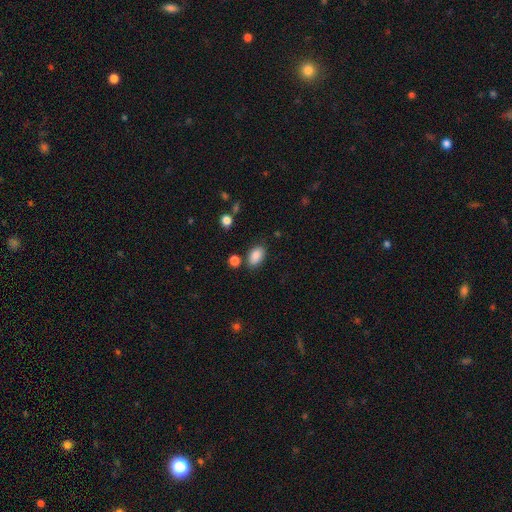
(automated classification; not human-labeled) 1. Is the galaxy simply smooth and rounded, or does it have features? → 88% smooth, 8% star or artifact, 4% featured or disk.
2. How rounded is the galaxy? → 91% in between, 7% round, 2% cigar-shaped.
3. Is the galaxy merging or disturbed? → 79% none, 13% minor disturbance, 5% merger, 3% major disturbance.